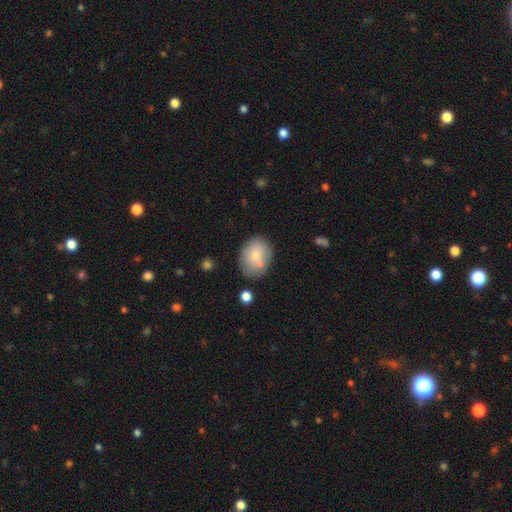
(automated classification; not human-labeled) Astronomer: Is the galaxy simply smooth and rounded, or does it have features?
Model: smooth — 75%.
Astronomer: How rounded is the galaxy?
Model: in between — 59% (runner-up: round, 40%).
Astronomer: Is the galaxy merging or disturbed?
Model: none — 67%.